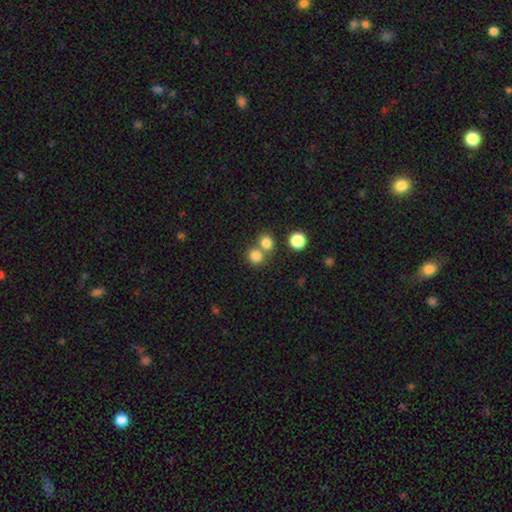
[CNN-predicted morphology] Overall: smooth (81%). How rounded: round (86%). Merging: none (56%; merger 35%).